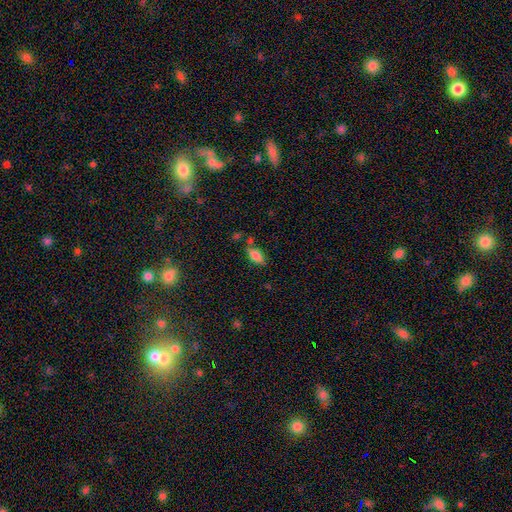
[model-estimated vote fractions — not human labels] This is likely a smooth galaxy (79%). How rounded: clearly in between (85%). Merging: likely none (68%).